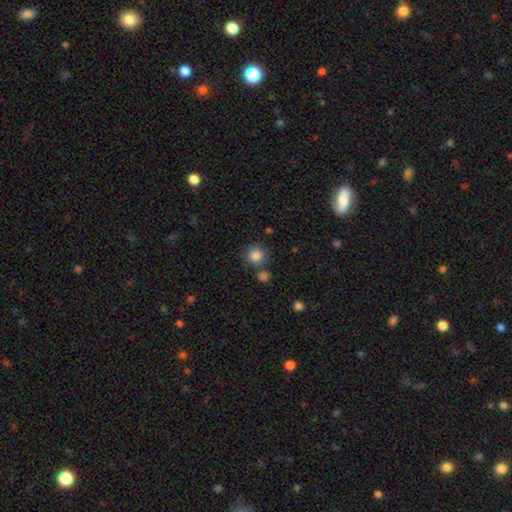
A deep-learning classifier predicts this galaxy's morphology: Q: Smooth or featured?
A: smooth (85%); runner-up: star or artifact (10%)
Q: How rounded?
A: round (91%); runner-up: in between (8%)
Q: Merging?
A: none (74%); runner-up: merger (13%)